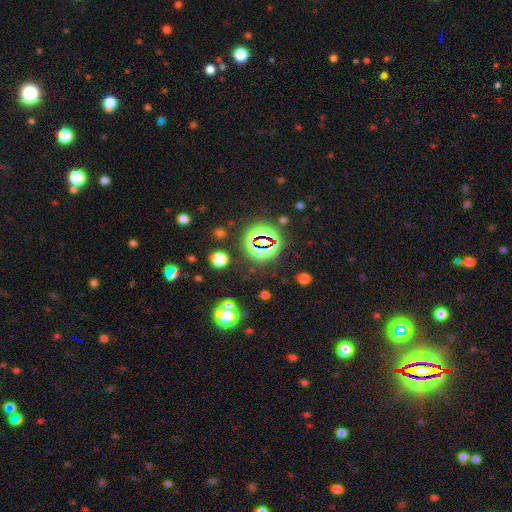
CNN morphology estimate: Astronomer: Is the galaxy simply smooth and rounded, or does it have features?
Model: star or artifact — 81%.